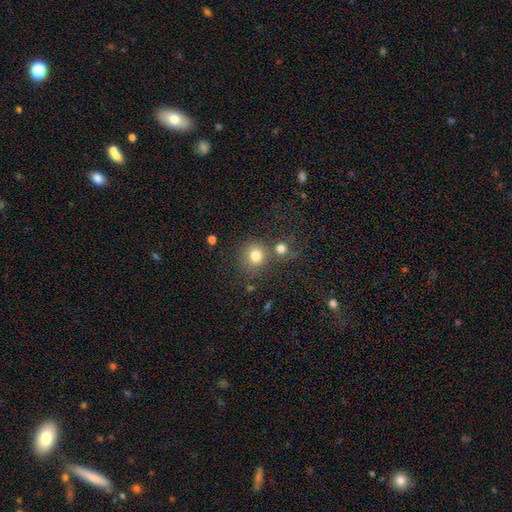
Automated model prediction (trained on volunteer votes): A smooth galaxy with no disk features (78%) that is round (86%).

Vote fractions:
- Smooth or featured? smooth: 78% / star or artifact: 14% / featured or disk: 8%
- How rounded? round: 86% / in between: 13% / cigar-shaped: 1%
- Merging? none: 63% / merger: 20% / minor disturbance: 11% / major disturbance: 5%